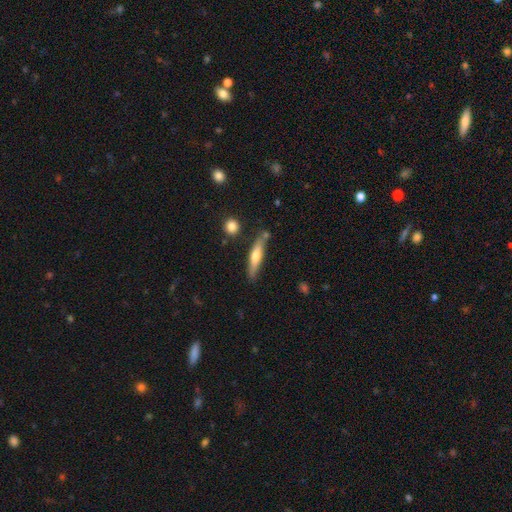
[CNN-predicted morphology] smooth_or_featured: smooth (p=0.53) [alt: featured or disk p=0.41]
how_rounded: cigar-shaped (p=0.84) [alt: in between p=0.15]
merging: none (p=0.74) [alt: minor disturbance p=0.16]